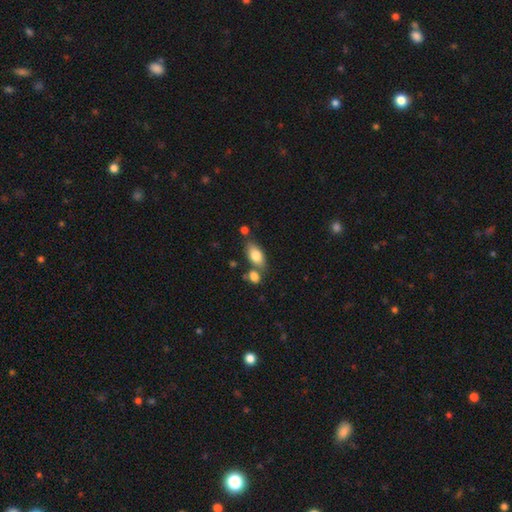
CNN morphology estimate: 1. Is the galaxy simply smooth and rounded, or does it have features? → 79% smooth, 14% featured or disk, 7% star or artifact.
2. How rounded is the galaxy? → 89% in between, 6% cigar-shaped, 5% round.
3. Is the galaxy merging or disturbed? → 62% none, 21% merger, 13% minor disturbance, 4% major disturbance.